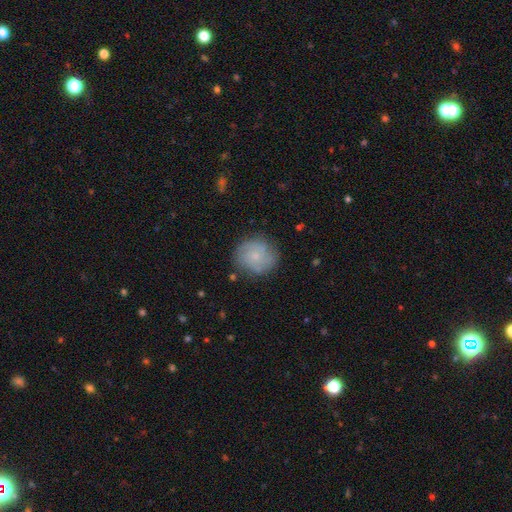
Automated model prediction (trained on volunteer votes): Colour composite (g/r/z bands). It shows a smooth galaxy with no disk features (51%) that is round (83%). Merging: none (77%).